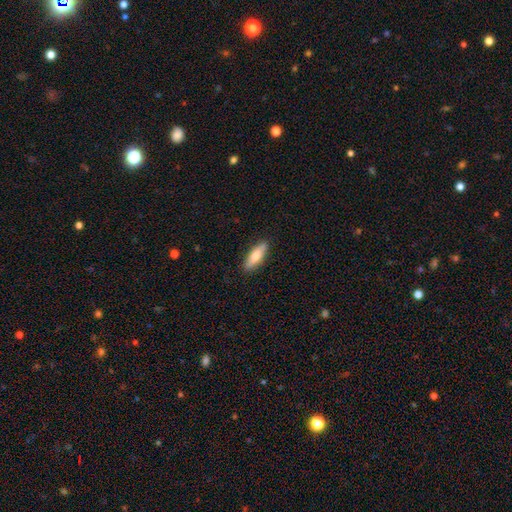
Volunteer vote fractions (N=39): This is likely a smooth galaxy (64%). How rounded: possibly cigar-shaped (52%). Merging: likely none (78%).